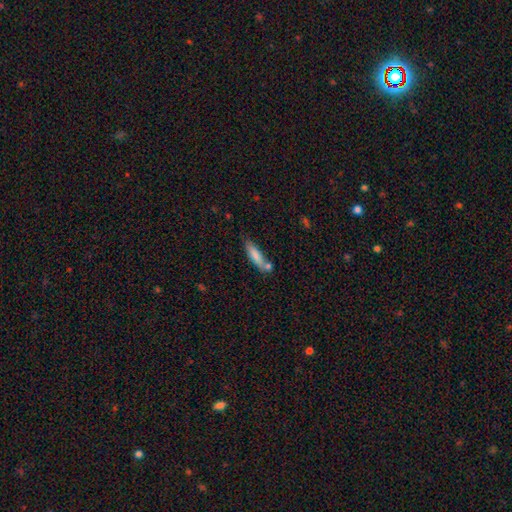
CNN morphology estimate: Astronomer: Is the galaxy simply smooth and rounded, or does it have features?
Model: smooth — 78%.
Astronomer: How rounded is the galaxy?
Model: cigar-shaped — 70%.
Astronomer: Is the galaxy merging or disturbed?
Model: none — 61%.